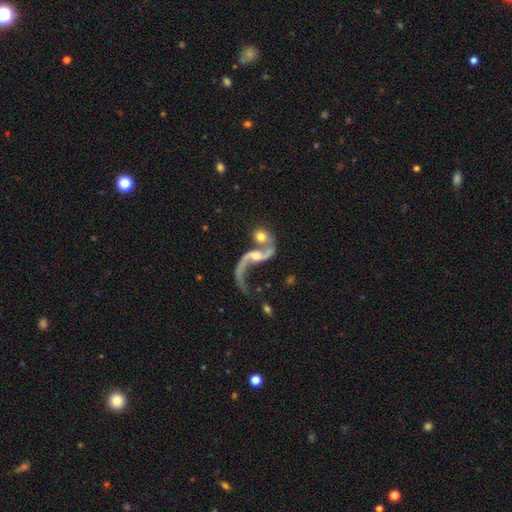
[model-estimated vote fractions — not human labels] Smooth or featured: featured or disk — 81% (smooth — 11%)
Edge-on disk: no — 95% (yes — 5%)
Bar: no — 52% (weak — 34%)
Spiral arms: yes — 89% (no — 11%)
Spiral winding: loose — 91% (medium — 7%)
Spiral arm count: 2 — 76% (1 — 19%)
Bulge size: moderate — 40% (small — 36%)
Merging: merger — 45% (none — 26%)